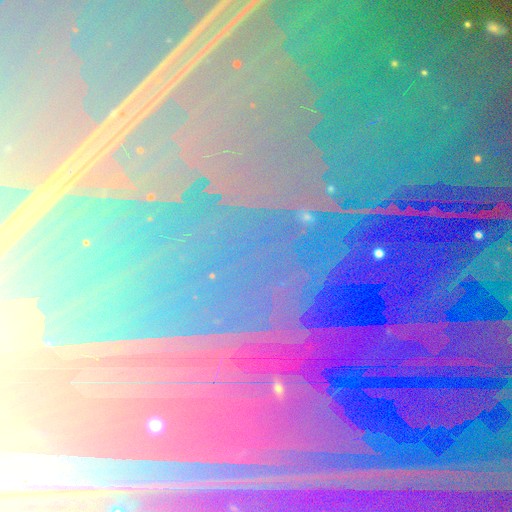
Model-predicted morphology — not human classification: A star or artifact, not a galaxy (86%).

Vote fractions:
- Smooth or featured? star or artifact: 86% / featured or disk: 7% / smooth: 6%